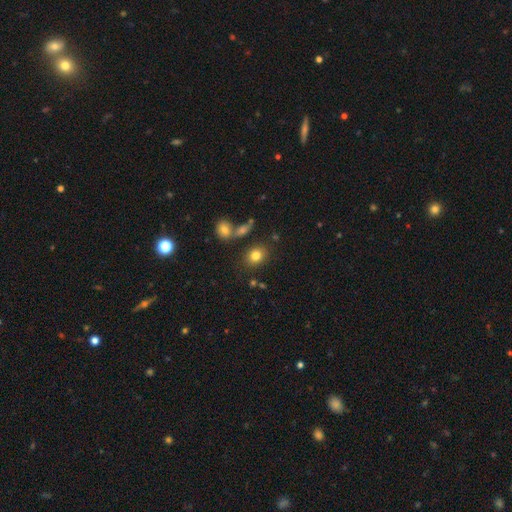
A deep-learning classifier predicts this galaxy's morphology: Smooth or featured?
  - smooth: 80% *
  - star or artifact: 11%
  - featured or disk: 9%
How rounded?
  - in between: 50% *
  - round: 49%
  - cigar-shaped: 1%
Merging?
  - none: 76% *
  - minor disturbance: 11%
  - merger: 9%
  - major disturbance: 4%